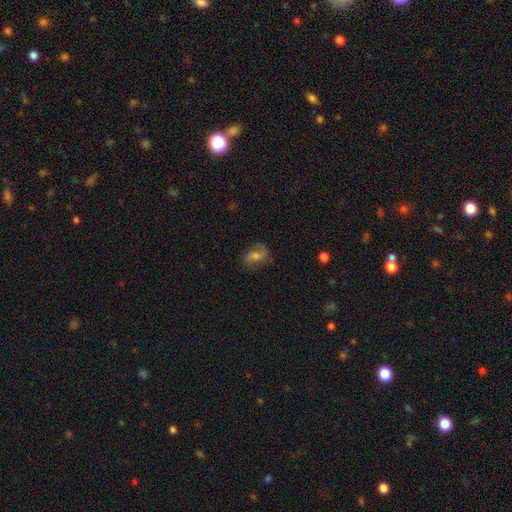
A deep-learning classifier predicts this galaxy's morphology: A featured or disk galaxy (52%).

Vote fractions:
- Smooth or featured? featured or disk: 52% / smooth: 35% / star or artifact: 14%
- Edge-on disk? no: 95% / yes: 5%
- Merging? none: 69% / minor disturbance: 20% / major disturbance: 10% / merger: 1%